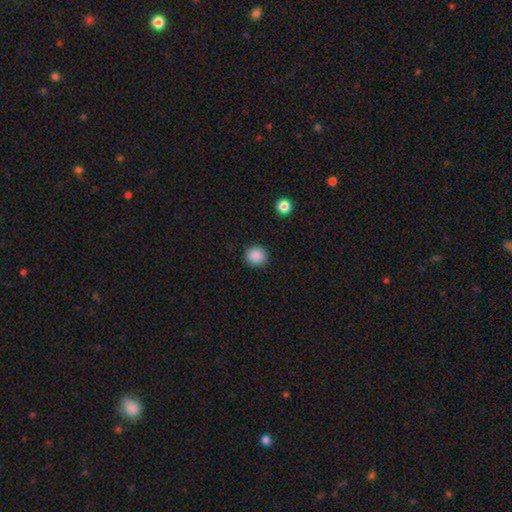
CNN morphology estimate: smooth 88%, star or artifact 9%, featured or disk 3%. Down the decision tree: how rounded — round (85%); merging — none (90%).